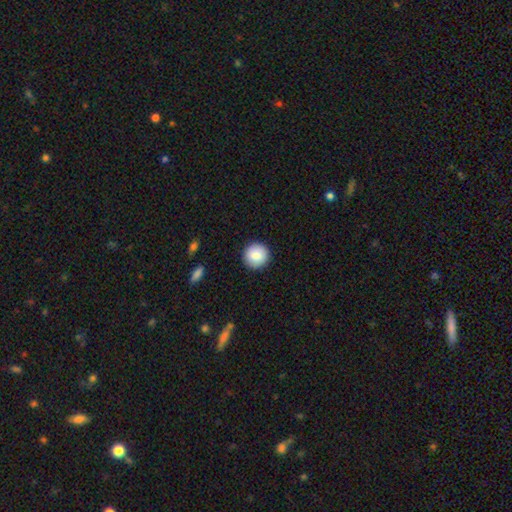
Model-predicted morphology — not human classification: Smooth or featured: smooth — 85% (featured or disk — 8%)
How rounded: round — 95% (in between — 4%)
Merging: none — 92% (minor disturbance — 5%)